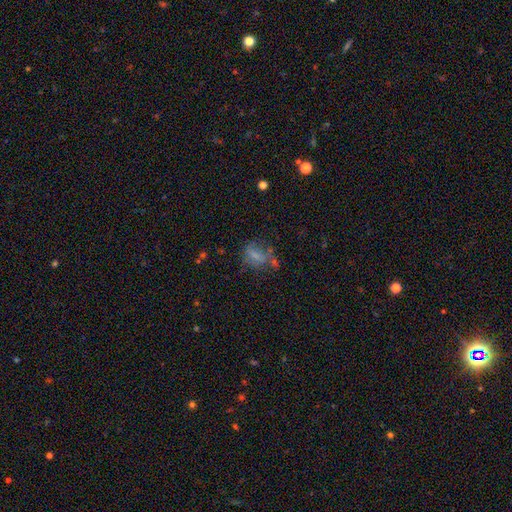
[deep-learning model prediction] Smooth or featured?
  - smooth: 55% *
  - featured or disk: 29%
  - star or artifact: 16%
How rounded?
  - in between: 74% *
  - round: 21%
  - cigar-shaped: 5%
Merging?
  - none: 34% *
  - major disturbance: 27%
  - minor disturbance: 23%
  - merger: 16%